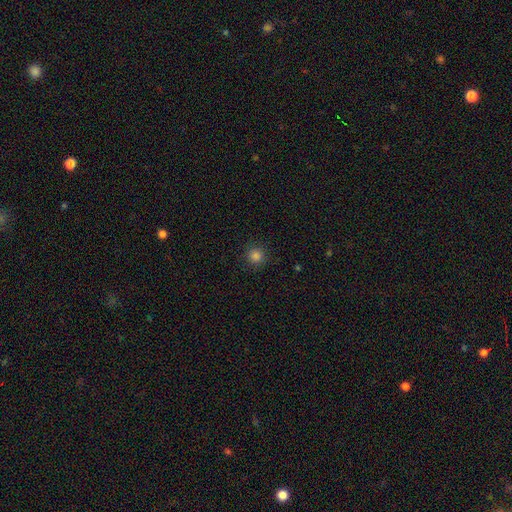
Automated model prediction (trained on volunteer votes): smooth 83%, star or artifact 13%, featured or disk 4%. Down the decision tree: how rounded — round (95%); merging — none (91%).